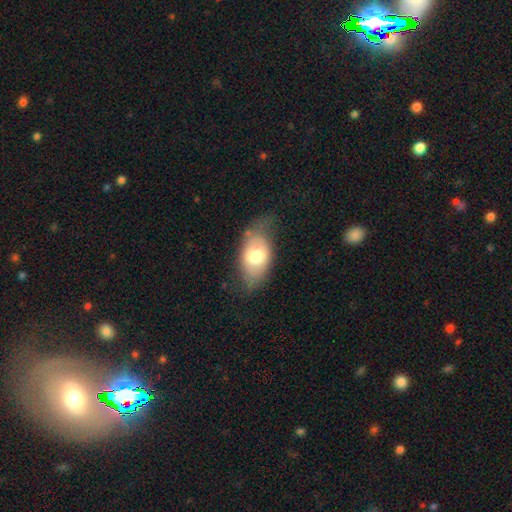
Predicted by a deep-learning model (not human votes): smooth-or-featured: smooth: 68% | featured or disk: 25% | star or artifact: 7%
  how-rounded: in between: 90% | round: 8% | cigar-shaped: 2%
  merging: none: 59% | minor disturbance: 28% | major disturbance: 11% | merger: 2%